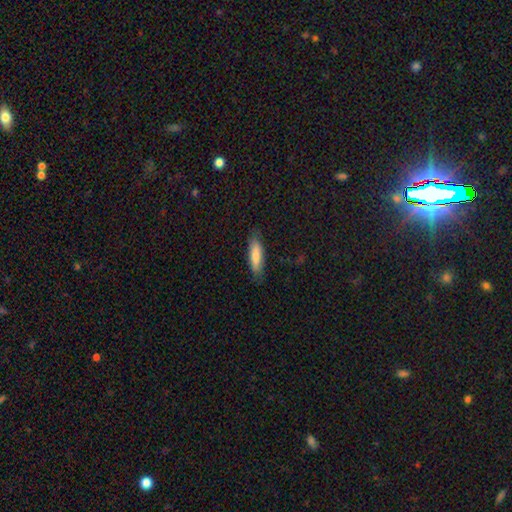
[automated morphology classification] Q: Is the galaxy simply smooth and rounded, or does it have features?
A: smooth — 78%.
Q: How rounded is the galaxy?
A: cigar-shaped — 56%.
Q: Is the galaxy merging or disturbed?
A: none — 81%.